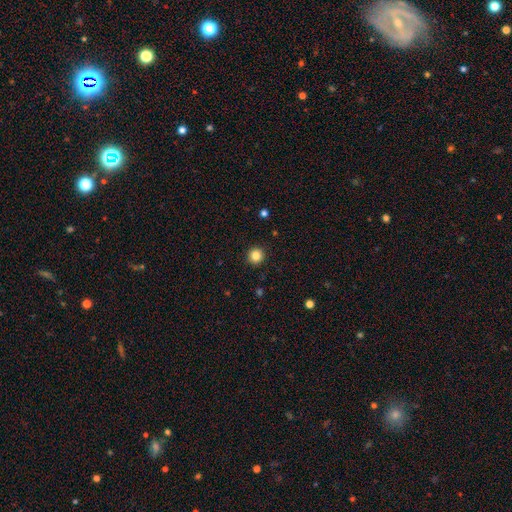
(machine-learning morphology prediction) smooth_or_featured: smooth (p=0.84) [alt: star or artifact p=0.11]
how_rounded: round (p=0.95) [alt: in between p=0.04]
merging: none (p=0.93) [alt: minor disturbance p=0.05]